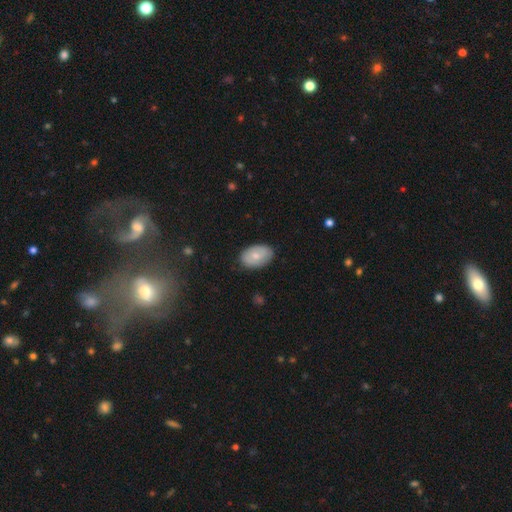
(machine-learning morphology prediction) smooth_or_featured: smooth (p=0.72) [alt: featured or disk p=0.22]
how_rounded: in between (p=0.90) [alt: round p=0.09]
merging: none (p=0.84) [alt: minor disturbance p=0.12]